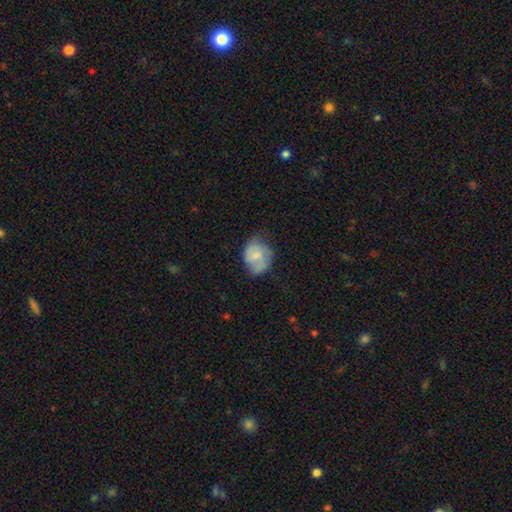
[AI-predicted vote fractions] smooth_or_featured: smooth (p=0.53) [alt: featured or disk p=0.40]
how_rounded: round (p=0.57) [alt: in between p=0.42]
merging: none (p=0.43) [alt: minor disturbance p=0.36]